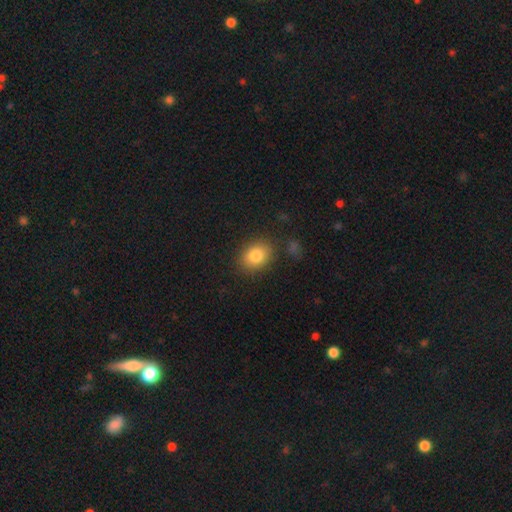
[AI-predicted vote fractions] smooth 83%, star or artifact 9%, featured or disk 8%. Down the decision tree: how rounded — in between (58%); merging — none (82%).